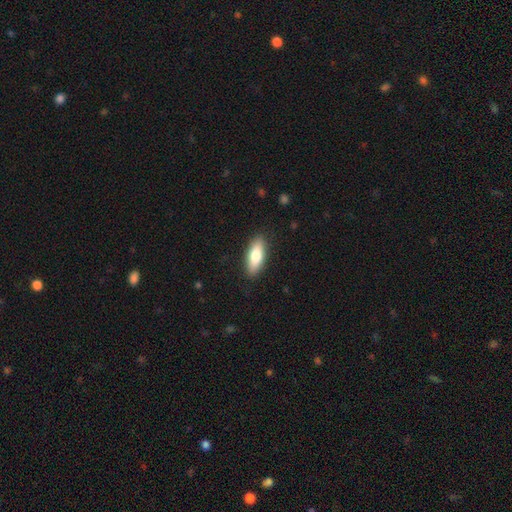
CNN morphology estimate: smooth_or_featured: smooth (p=0.75) [alt: featured or disk p=0.19]
how_rounded: in between (p=0.68) [alt: cigar-shaped p=0.29]
merging: none (p=0.88) [alt: minor disturbance p=0.09]